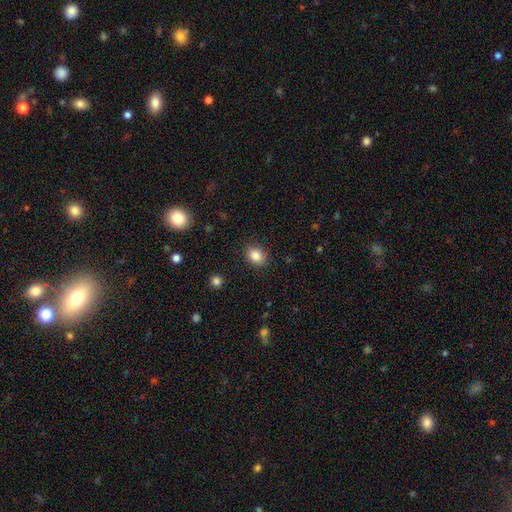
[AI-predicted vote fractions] Overall: smooth (85%). How rounded: in between (65%; round 34%). Merging: none (86%).